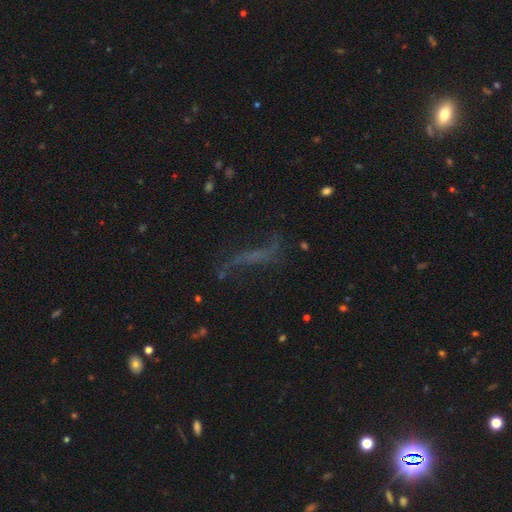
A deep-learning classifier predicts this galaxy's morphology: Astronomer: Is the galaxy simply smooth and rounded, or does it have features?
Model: featured or disk — 50% (runner-up: star or artifact, 25%).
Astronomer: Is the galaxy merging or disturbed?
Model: none — 54%.